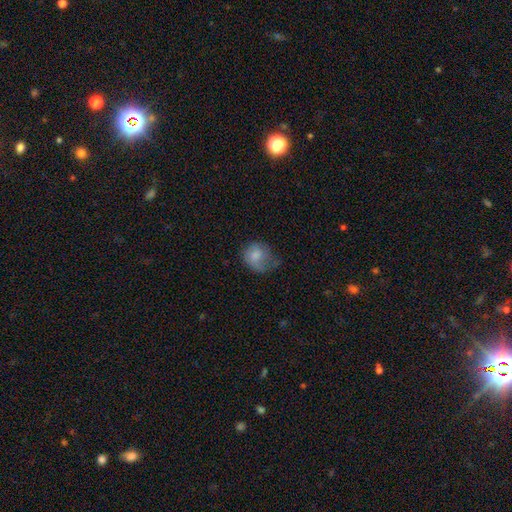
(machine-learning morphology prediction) Smooth or featured: smooth — 71% (featured or disk — 21%)
How rounded: round — 64% (in between — 35%)
Merging: minor disturbance — 33% (tied with none — 33%)